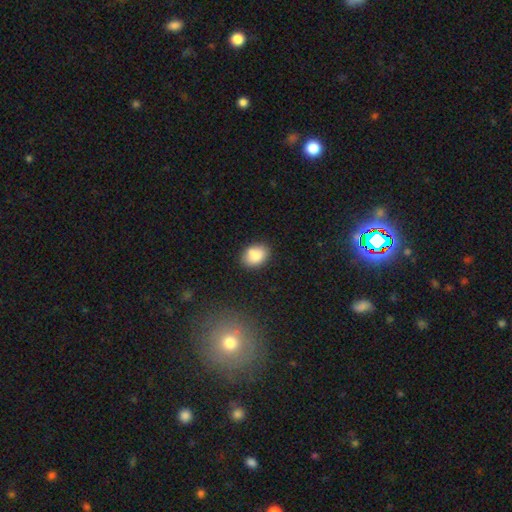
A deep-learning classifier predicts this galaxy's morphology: This is clearly a smooth galaxy (85%). How rounded: likely in between (73%). Merging: likely none (76%).